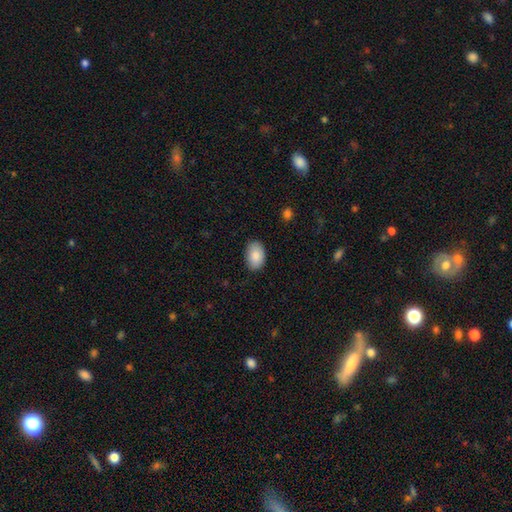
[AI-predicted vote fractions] smooth-or-featured: smooth: 86% | featured or disk: 8% | star or artifact: 7%
  how-rounded: in between: 88% | round: 11% | cigar-shaped: 1%
  merging: none: 85% | minor disturbance: 12% | major disturbance: 2% | merger: 1%